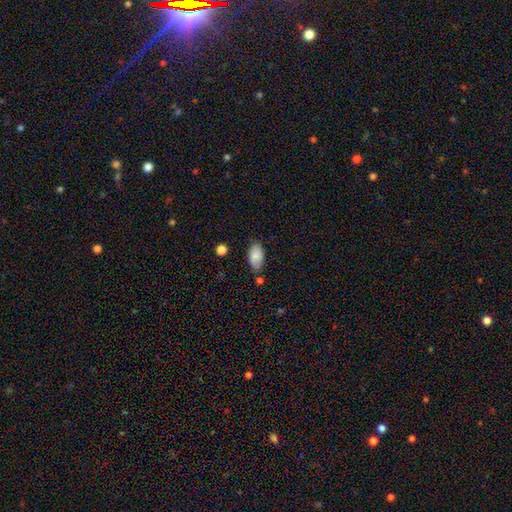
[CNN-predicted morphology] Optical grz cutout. It shows a smooth galaxy with no disk features (83%) that is in between round and cigar-shaped (94%). Merging: none (73%).